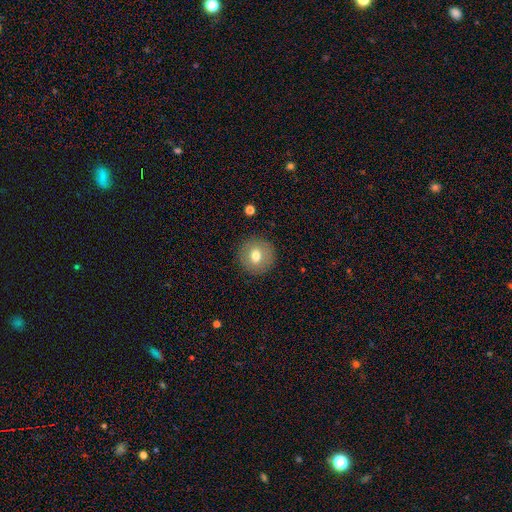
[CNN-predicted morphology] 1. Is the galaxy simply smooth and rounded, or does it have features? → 72% smooth, 19% featured or disk, 9% star or artifact.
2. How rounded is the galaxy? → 93% round, 6% in between, 1% cigar-shaped.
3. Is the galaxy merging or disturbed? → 90% none, 7% minor disturbance, 2% major disturbance, 1% merger.